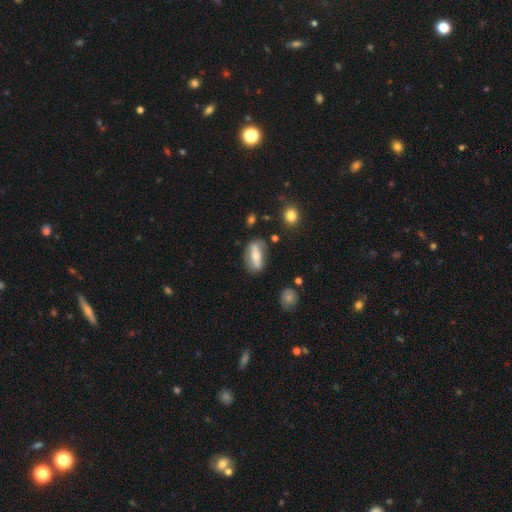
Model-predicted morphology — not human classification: This appears to be a smooth galaxy with no disk features (49%). Merging: none (74%).